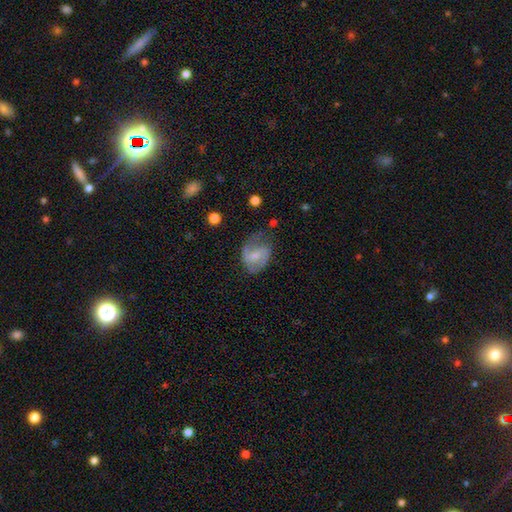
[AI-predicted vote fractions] This is likely a featured or disk galaxy (65%). It is clearly not viewed edge-on (97%). Bar: possibly weak (53%). Spiral arm pattern: clearly yes (87%). Spiral arm count: likely 2 (80%). Spiral winding: possibly medium (46%). Central bulge: possibly small (46%). Merging: possibly none (54%).